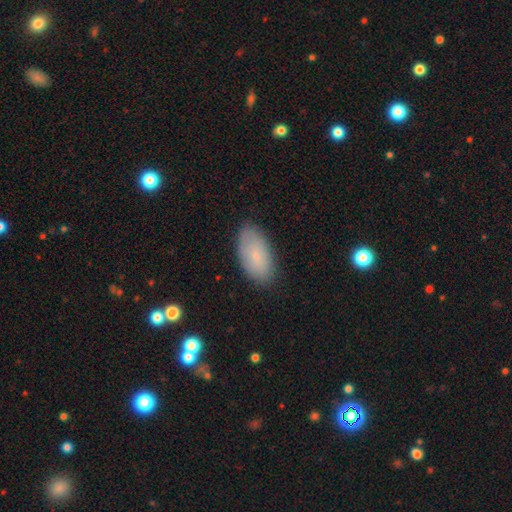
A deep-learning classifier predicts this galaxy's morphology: Smooth or featured: smooth — 76% (featured or disk — 17%)
How rounded: in between — 94% (cigar-shaped — 3%)
Merging: none — 83% (minor disturbance — 13%)